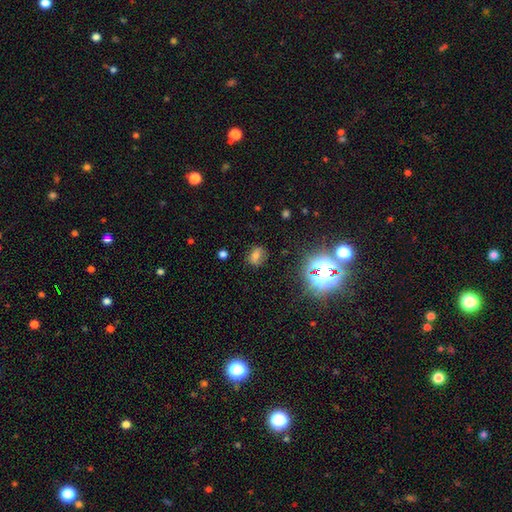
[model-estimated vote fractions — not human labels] smooth-or-featured: smooth: 49% | star or artifact: 35% | featured or disk: 16%
  merging: none: 77% | minor disturbance: 14% | major disturbance: 5% | merger: 3%